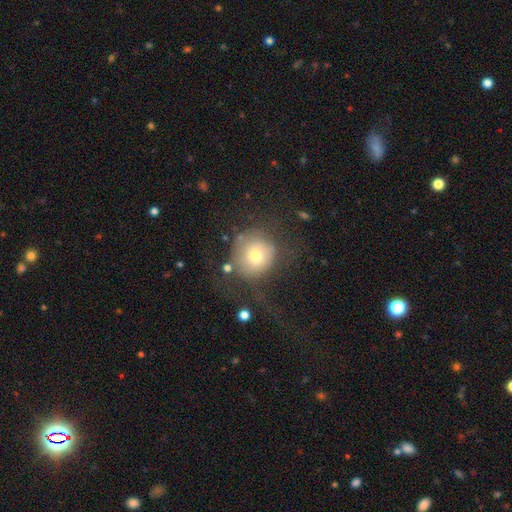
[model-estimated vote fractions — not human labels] Smooth or featured? smooth (67%)
How rounded? round (88%)
Merging? none (48%)